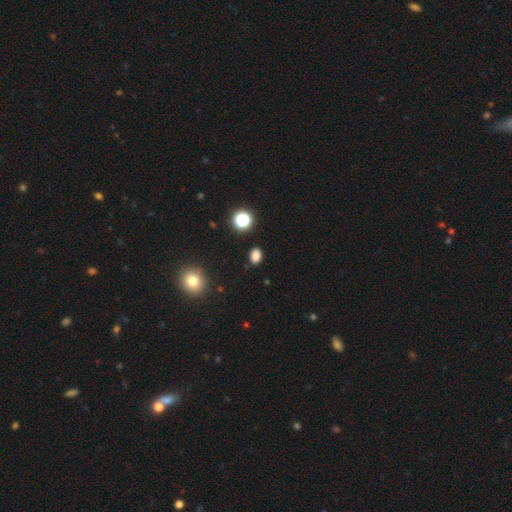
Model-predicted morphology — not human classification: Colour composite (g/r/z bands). It shows a smooth galaxy with no disk features (80%) that is in between round and cigar-shaped (73%). Merging: none (87%).